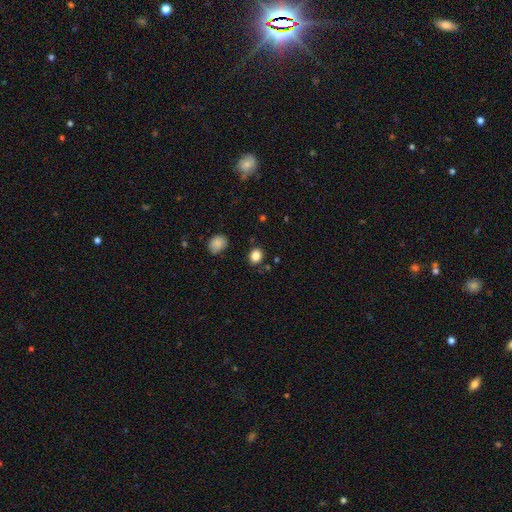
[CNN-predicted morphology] smooth 84%, star or artifact 11%, featured or disk 5%. Down the decision tree: how rounded — round (58%); merging — none (85%).